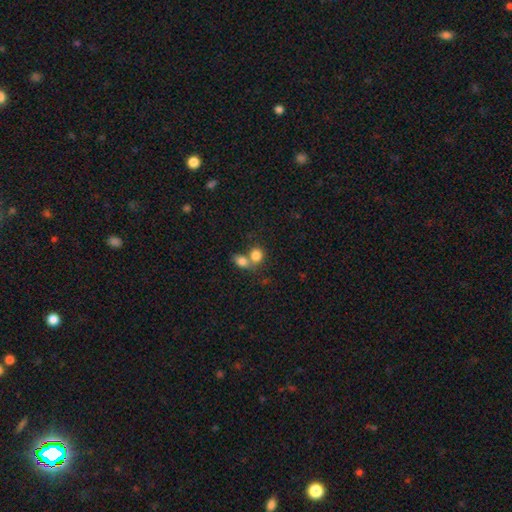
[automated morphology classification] smooth-or-featured: smooth: 82% | star or artifact: 10% | featured or disk: 9%
  how-rounded: round: 60% | in between: 39% | cigar-shaped: 1%
  merging: merger: 55% | none: 34% | minor disturbance: 7% | major disturbance: 3%